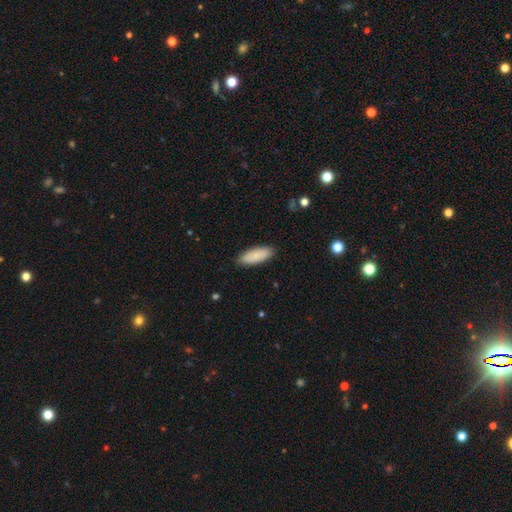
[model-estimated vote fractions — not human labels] smooth-or-featured: smooth: 87% | featured or disk: 7% | star or artifact: 6%
  how-rounded: in between: 74% | cigar-shaped: 25% | round: 2%
  merging: none: 89% | minor disturbance: 9% | major disturbance: 2% | merger: 1%